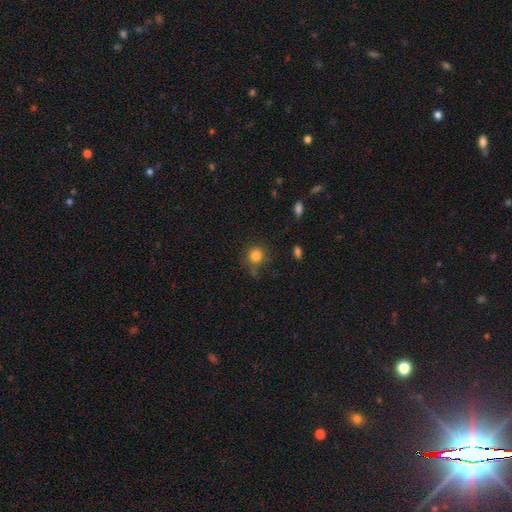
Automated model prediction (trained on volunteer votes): smooth-or-featured: smooth: 82% | star or artifact: 12% | featured or disk: 6%
  how-rounded: round: 91% | in between: 8% | cigar-shaped: 1%
  merging: none: 77% | minor disturbance: 13% | merger: 5% | major disturbance: 4%